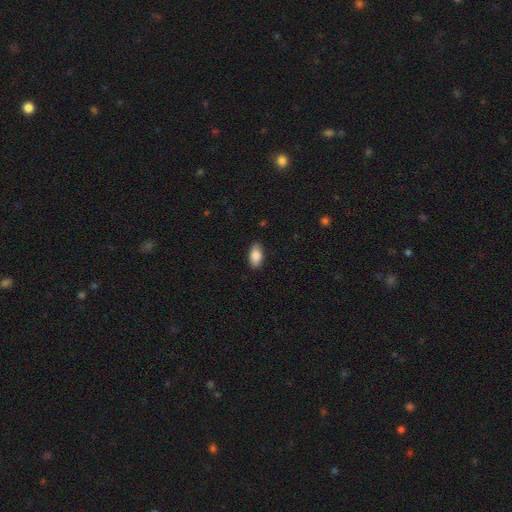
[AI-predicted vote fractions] A smooth galaxy with no disk features (86%) that is in between round and cigar-shaped (92%).

Vote fractions:
- Smooth or featured? smooth: 86% / featured or disk: 7% / star or artifact: 7%
- How rounded? in between: 92% / cigar-shaped: 5% / round: 3%
- Merging? none: 86% / minor disturbance: 11% / major disturbance: 2% / merger: 1%